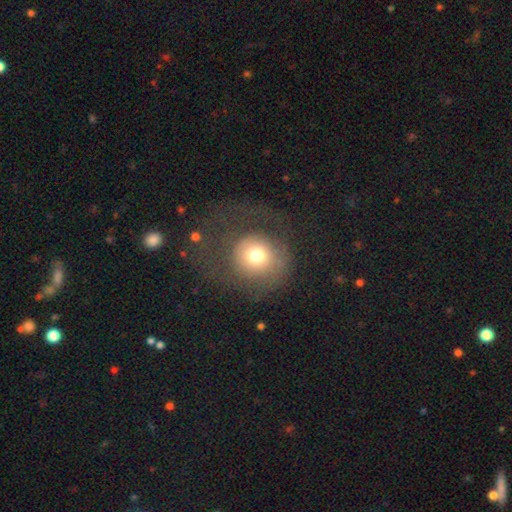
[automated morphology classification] Smooth or featured? Predicted: smooth (p=0.67). How rounded? Predicted: round (p=0.90). Merging? Predicted: none (p=0.52).